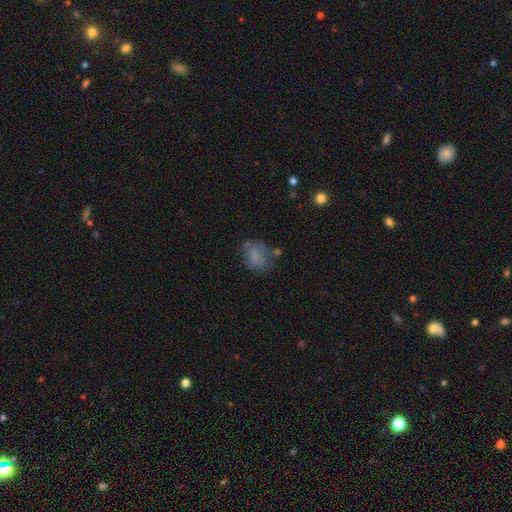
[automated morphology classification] A smooth galaxy with no disk features (69%) that is in between round and cigar-shaped (60%). Merging: none (52%).